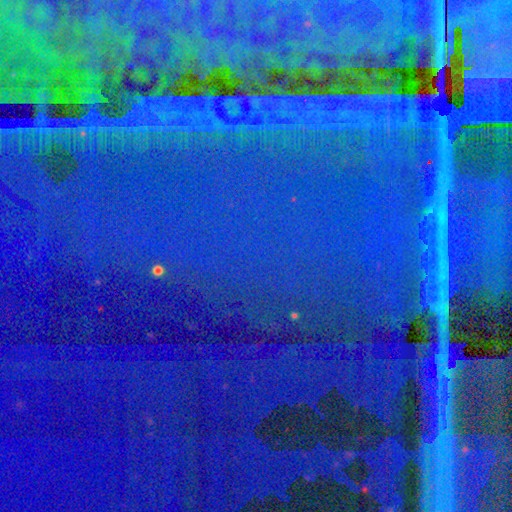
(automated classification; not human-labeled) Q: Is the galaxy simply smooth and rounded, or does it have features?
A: star or artifact — 87%.